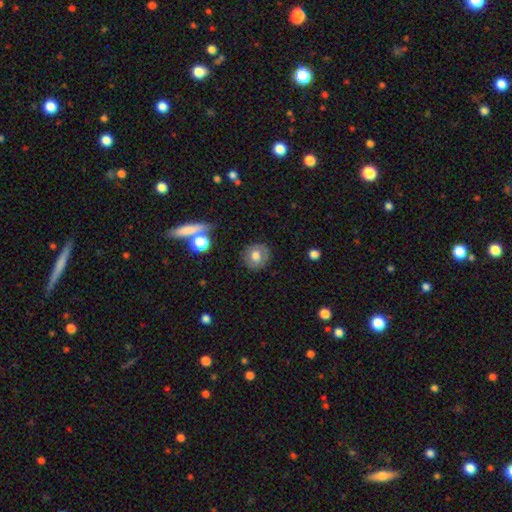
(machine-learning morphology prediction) This appears to be a smooth galaxy with no disk features (69%) that is round (88%). Merging: none (82%).